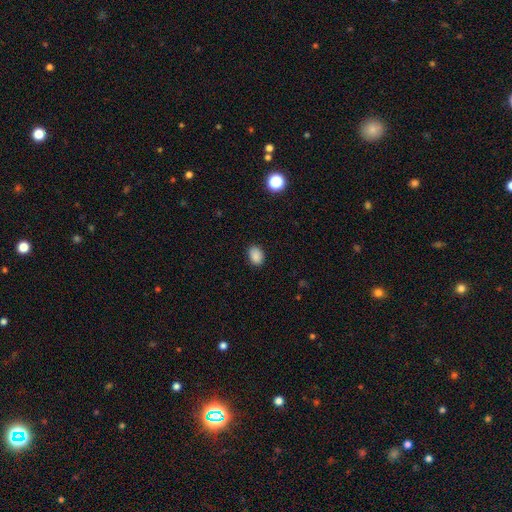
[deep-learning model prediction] smooth 88%, star or artifact 9%, featured or disk 3%. Down the decision tree: how rounded — in between (74%); merging — none (87%).